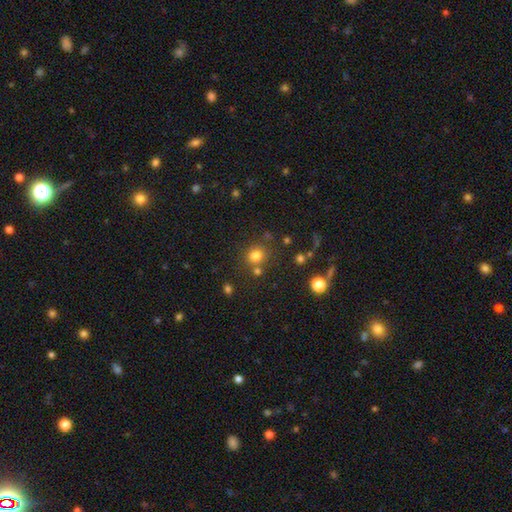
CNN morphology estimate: Smooth or featured? smooth (78%)
How rounded? round (84%)
Merging? none (73%)